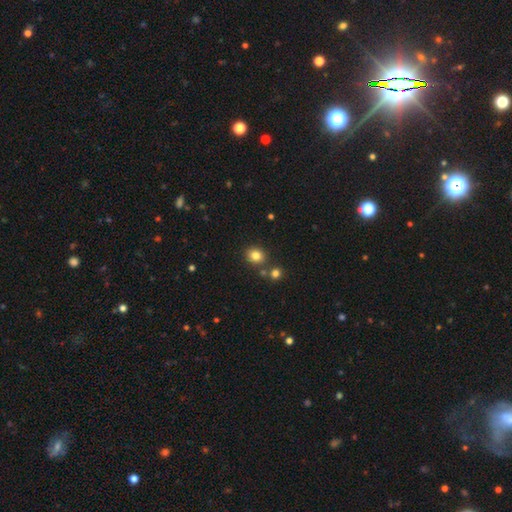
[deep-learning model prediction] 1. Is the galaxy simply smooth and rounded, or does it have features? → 81% smooth, 13% star or artifact, 6% featured or disk.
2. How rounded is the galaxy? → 74% round, 25% in between, 1% cigar-shaped.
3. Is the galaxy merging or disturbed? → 77% none, 12% merger, 8% minor disturbance, 3% major disturbance.